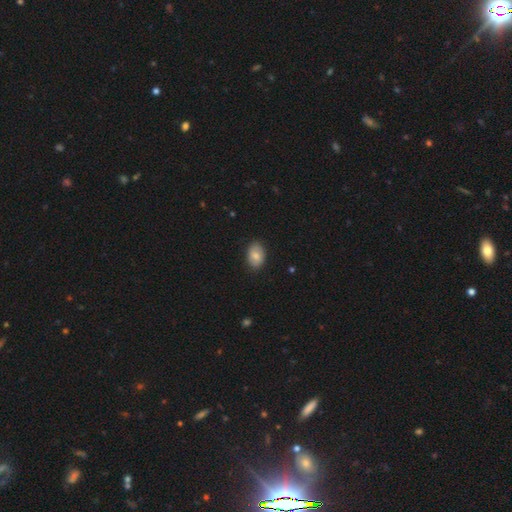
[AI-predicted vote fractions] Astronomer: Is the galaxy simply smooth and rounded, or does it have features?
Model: smooth — 79%.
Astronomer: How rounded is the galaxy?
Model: in between — 85%.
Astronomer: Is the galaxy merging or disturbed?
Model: none — 85%.